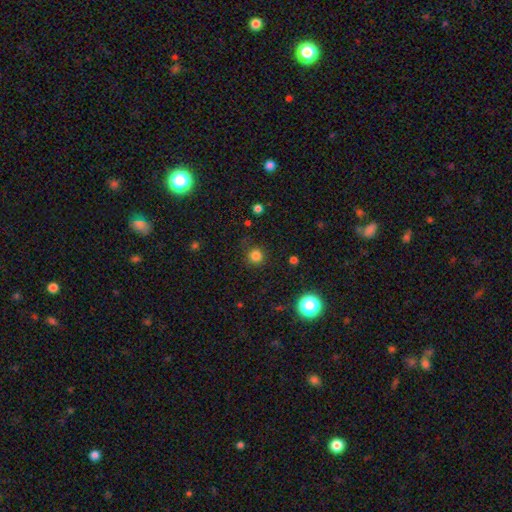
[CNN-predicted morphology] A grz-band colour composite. It shows a smooth galaxy with no disk features (81%) that is round (94%). Merging: none (86%).